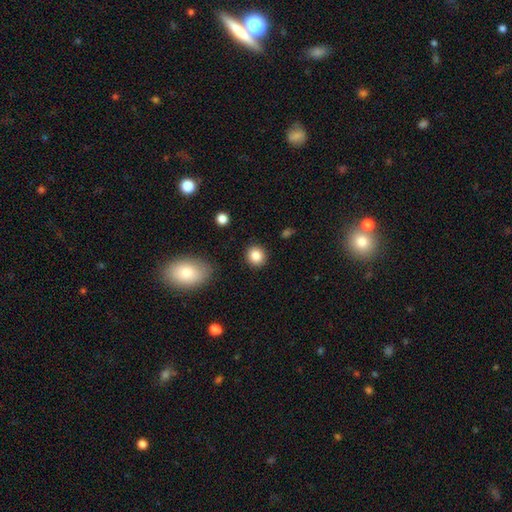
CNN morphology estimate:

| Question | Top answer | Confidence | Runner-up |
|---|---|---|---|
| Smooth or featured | smooth | 85% | star or artifact (9%) |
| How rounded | round | 86% | in between (13%) |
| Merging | none | 90% | minor disturbance (7%) |